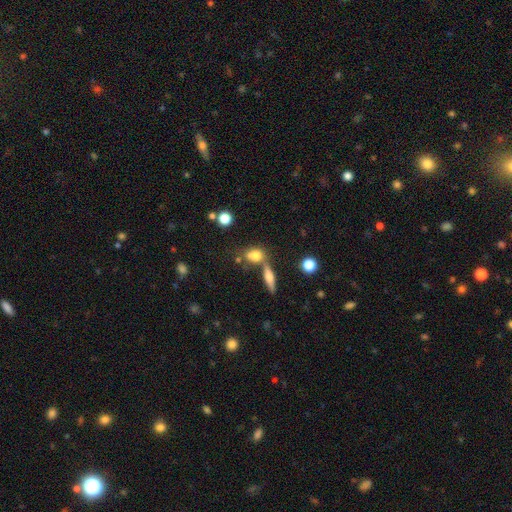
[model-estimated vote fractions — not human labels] The model was most divided on "merging": none: 47%, merger: 34%, minor disturbance: 13%, major disturbance: 6%. More confident: smooth or featured — smooth (73%); how rounded — in between (60%).